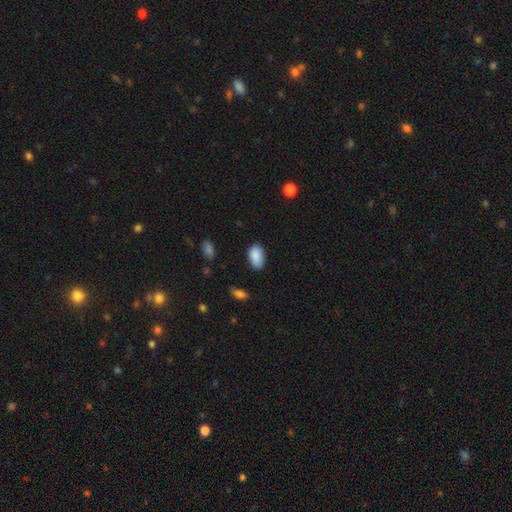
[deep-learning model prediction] Smooth or featured? smooth (89%)
How rounded? in between (93%)
Merging? none (81%)